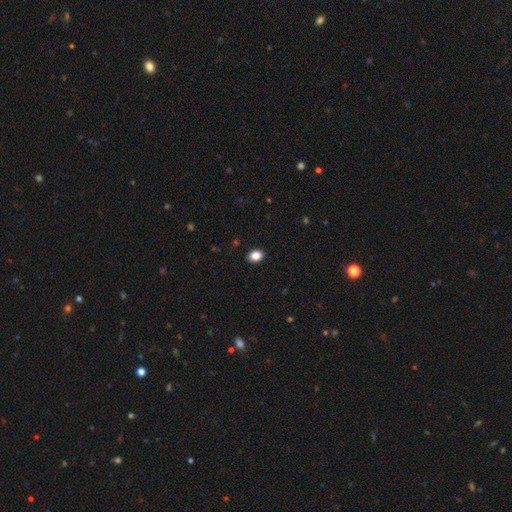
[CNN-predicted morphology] smooth-or-featured: smooth: 86% | star or artifact: 10% | featured or disk: 4%
  how-rounded: in between: 61% | round: 38% | cigar-shaped: 1%
  merging: none: 91% | minor disturbance: 7% | major disturbance: 2% | merger: 1%